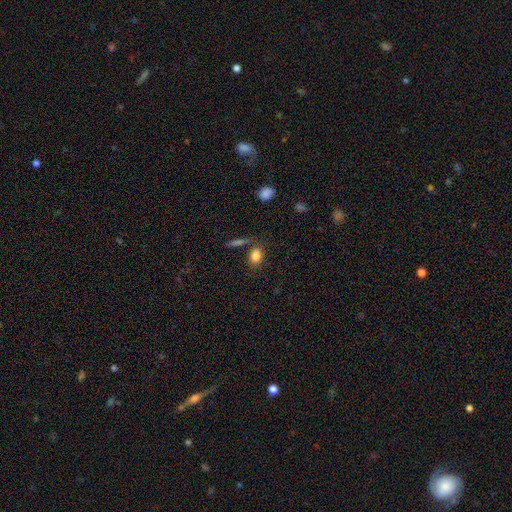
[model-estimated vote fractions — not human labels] The model was most divided on "how rounded": in between: 76%, round: 21%, cigar-shaped: 3%. More confident: smooth or featured — smooth (84%); merging — none (75%).